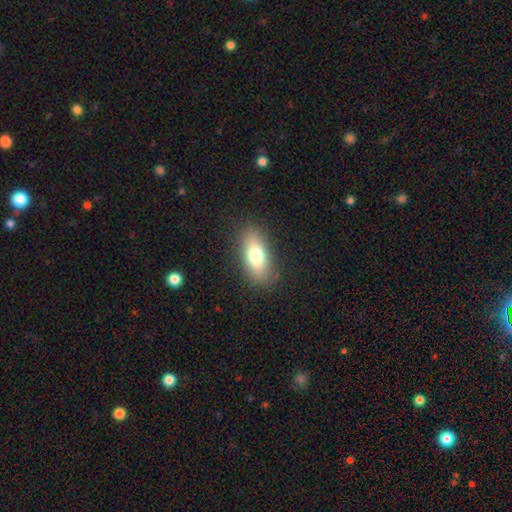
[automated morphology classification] smooth-or-featured: smooth: 76% | featured or disk: 16% | star or artifact: 8%
  how-rounded: in between: 81% | cigar-shaped: 15% | round: 4%
  merging: none: 86% | minor disturbance: 10% | major disturbance: 3% | merger: 1%